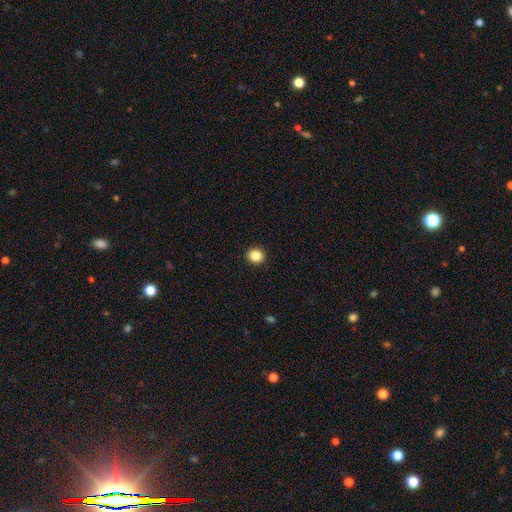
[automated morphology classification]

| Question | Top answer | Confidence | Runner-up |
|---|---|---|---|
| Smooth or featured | smooth | 86% | star or artifact (10%) |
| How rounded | round | 81% | in between (18%) |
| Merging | none | 92% | minor disturbance (5%) |